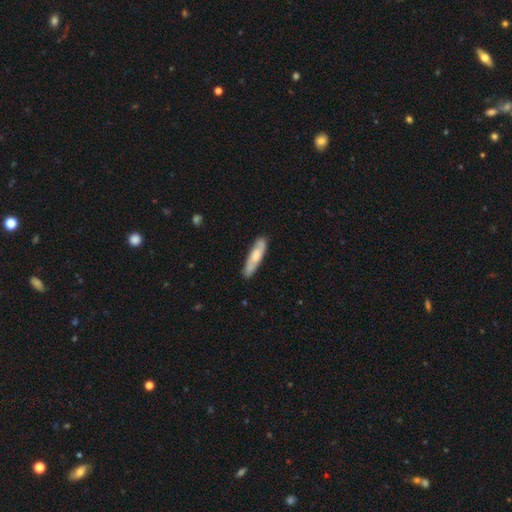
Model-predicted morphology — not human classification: smooth_or_featured: smooth (p=0.61) [alt: featured or disk p=0.34]
how_rounded: cigar-shaped (p=0.76) [alt: in between p=0.23]
merging: none (p=0.85) [alt: minor disturbance p=0.12]